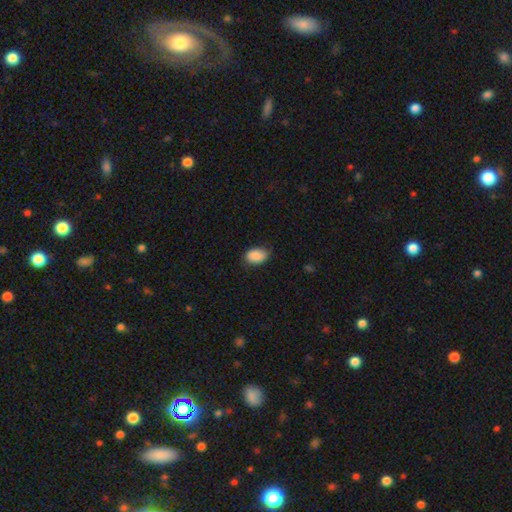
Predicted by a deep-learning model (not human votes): A smooth galaxy with no disk features (86%) that is in between round and cigar-shaped (87%).

Vote fractions:
- Smooth or featured? smooth: 86% / featured or disk: 7% / star or artifact: 7%
- How rounded? in between: 87% / round: 11% / cigar-shaped: 1%
- Merging? none: 72% / minor disturbance: 23% / major disturbance: 4% / merger: 1%